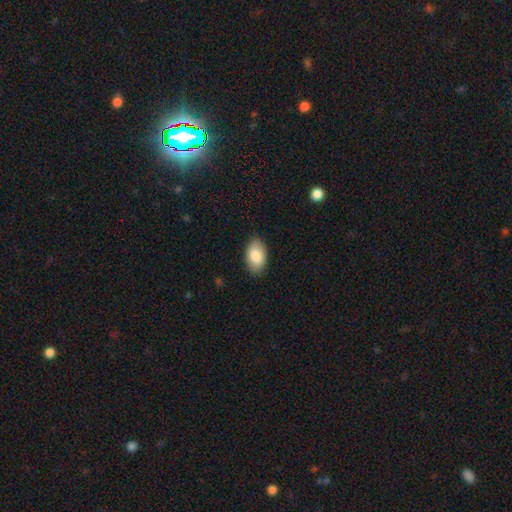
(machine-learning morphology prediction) smooth 86%, featured or disk 8%, star or artifact 6%. Down the decision tree: how rounded — in between (94%); merging — none (86%).